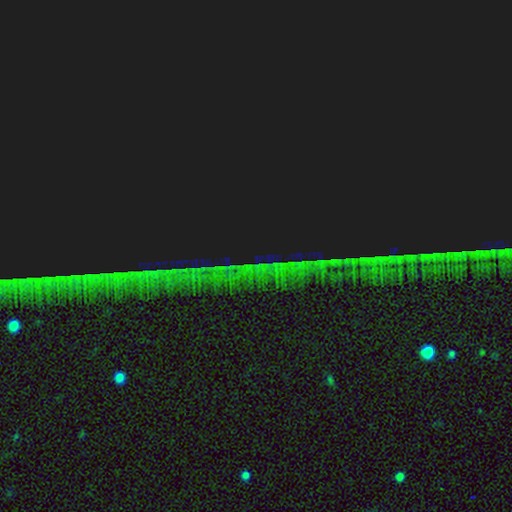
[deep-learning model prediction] A star or artifact, not a galaxy (88%).